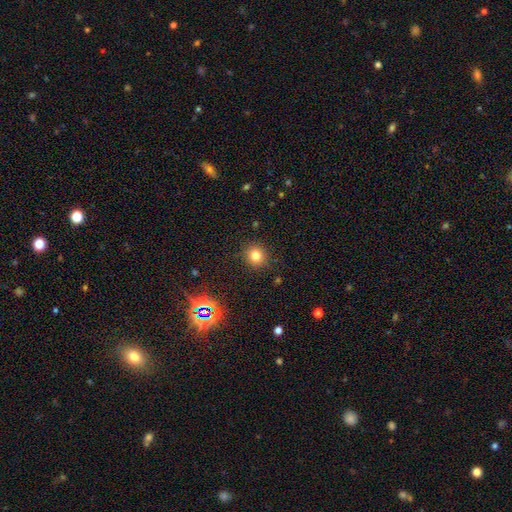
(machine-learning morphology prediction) Smooth or featured? Predicted: smooth (p=0.78). How rounded? Predicted: round (p=0.87). Merging? Predicted: none (p=0.89).